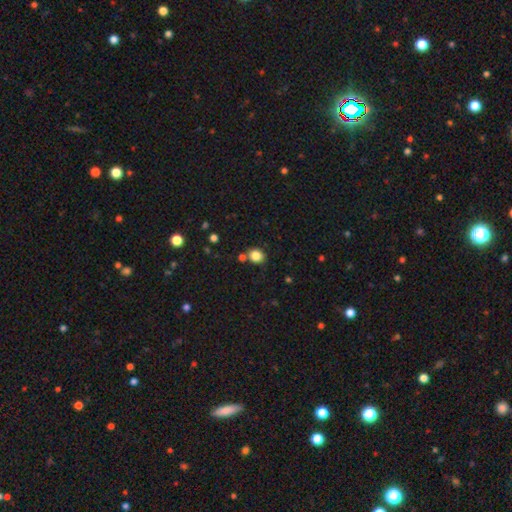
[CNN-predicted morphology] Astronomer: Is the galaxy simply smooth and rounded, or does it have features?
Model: smooth — 84%.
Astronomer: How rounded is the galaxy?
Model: round — 75%.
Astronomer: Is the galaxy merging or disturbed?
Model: none — 74%.